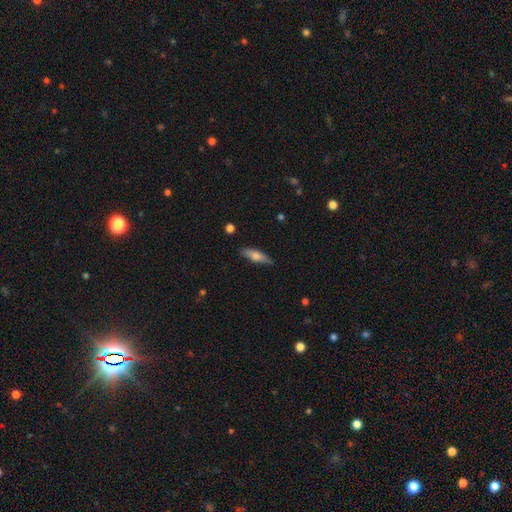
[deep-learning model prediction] smooth 63%, featured or disk 31%, star or artifact 6%. Down the decision tree: how rounded — cigar-shaped (60%); merging — none (83%).